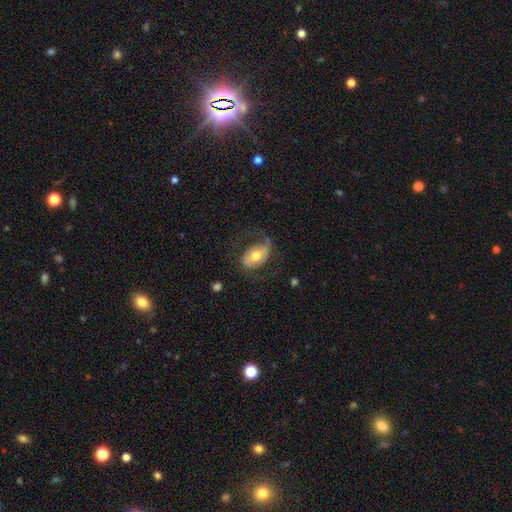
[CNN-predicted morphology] featured or disk 61%, smooth 33%, star or artifact 6%. Down the decision tree: edge-on disk — no (95%); bar — no (40%); spiral arms — yes (78%); bulge size — moderate (71%); merging — none (61%).